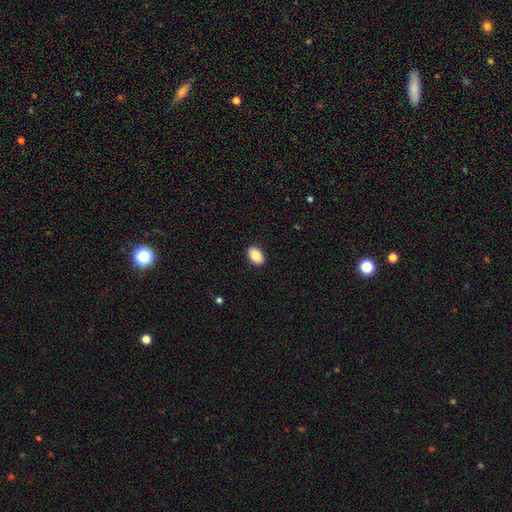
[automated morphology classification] Smooth or featured: smooth — 89% (star or artifact — 7%)
How rounded: in between — 91% (round — 8%)
Merging: none — 90% (minor disturbance — 7%)